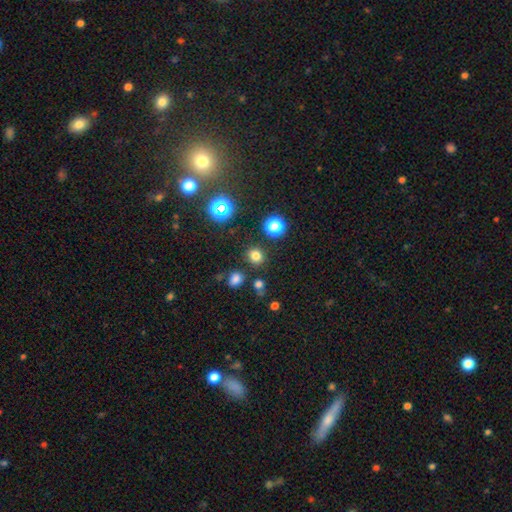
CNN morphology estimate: Overall: smooth (75%). How rounded: round (74%). Merging: none (84%).